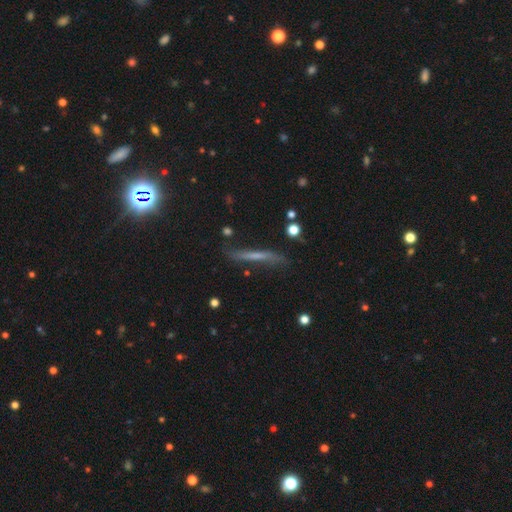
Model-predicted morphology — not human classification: A featured or disk galaxy (46%).

Vote fractions:
- Smooth or featured? featured or disk: 46% / smooth: 41% / star or artifact: 13%
- Merging? none: 73% / minor disturbance: 19% / major disturbance: 5% / merger: 3%